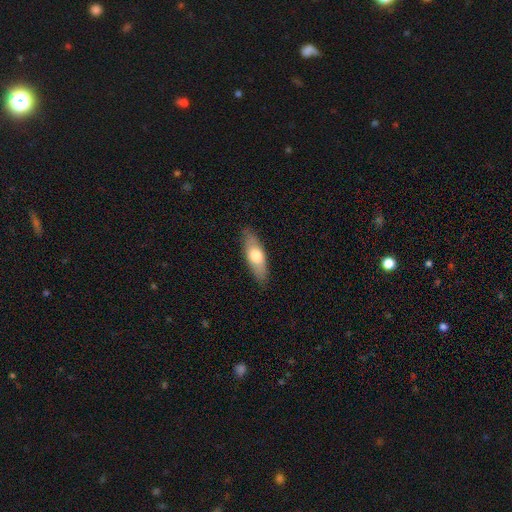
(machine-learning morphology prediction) The model was most divided on "how rounded": in between: 61%, cigar-shaped: 37%, round: 3%. More confident: merging — none (84%); smooth or featured — smooth (65%).